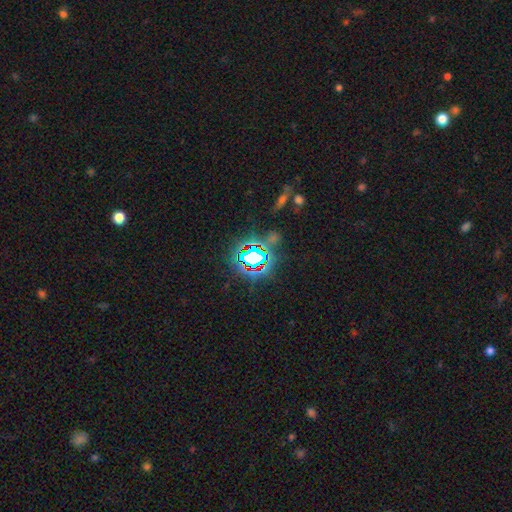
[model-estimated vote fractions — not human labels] Smooth or featured?
  - star or artifact: 80% *
  - smooth: 12%
  - featured or disk: 8%